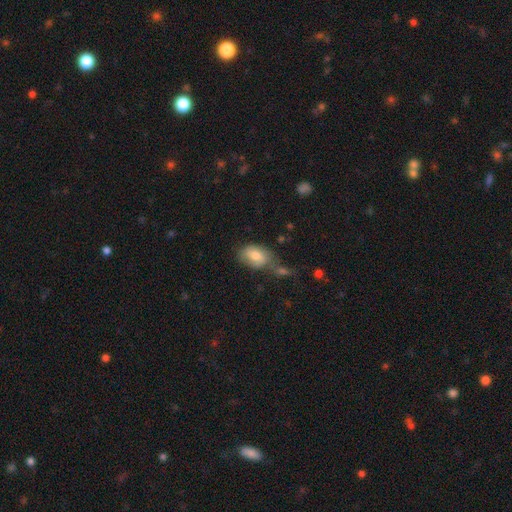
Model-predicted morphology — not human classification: The model was most divided on "merging": none: 56%, minor disturbance: 21%, merger: 16%, major disturbance: 7%. More confident: how rounded — in between (85%); smooth or featured — smooth (75%).